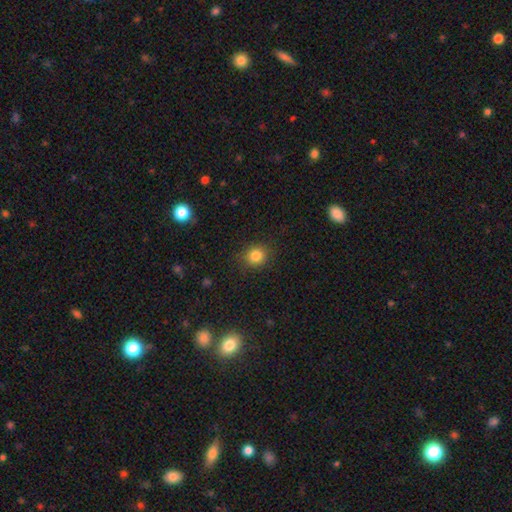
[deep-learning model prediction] Smooth or featured? smooth (84%)
How rounded? round (84%)
Merging? none (86%)